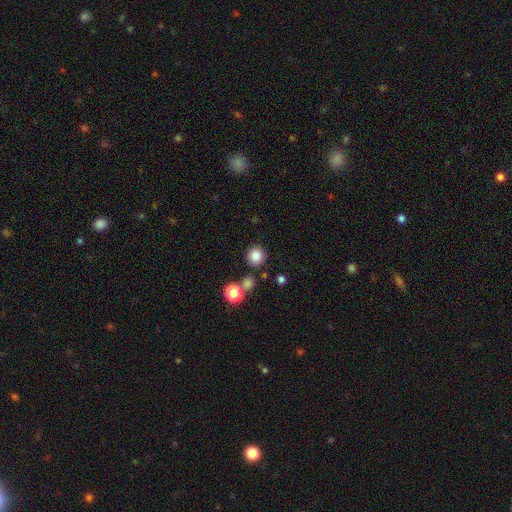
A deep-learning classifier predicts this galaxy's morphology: This appears to be a smooth galaxy with no disk features (83%) that is round (92%). Merging: none (84%).